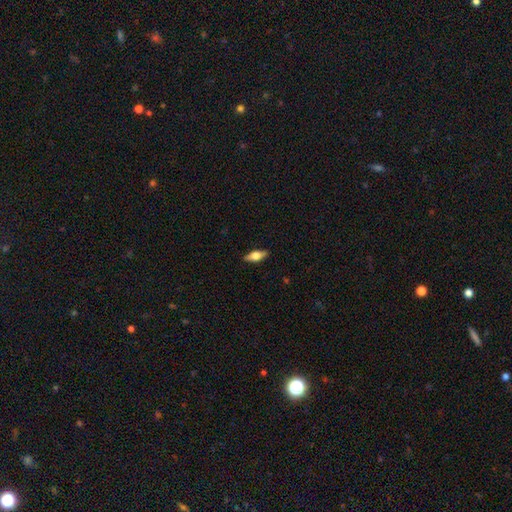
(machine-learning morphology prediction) Q: Smooth or featured?
A: smooth (55%); runner-up: featured or disk (38%)
Q: How rounded?
A: in between (71%); runner-up: cigar-shaped (26%)
Q: Merging?
A: none (89%); runner-up: minor disturbance (9%)